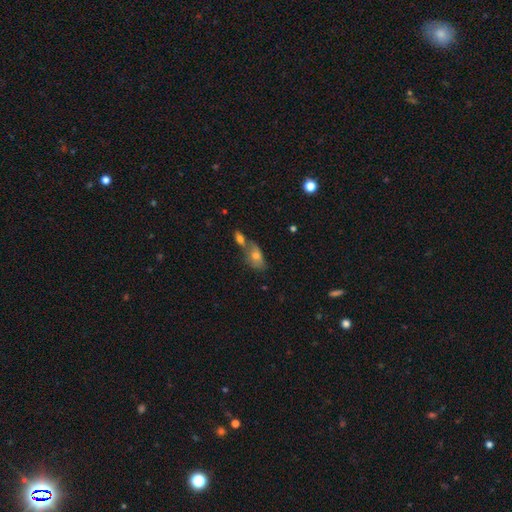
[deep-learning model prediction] This is likely a smooth galaxy (63%). How rounded: clearly in between (83%). Merging: marginally merger (43%).